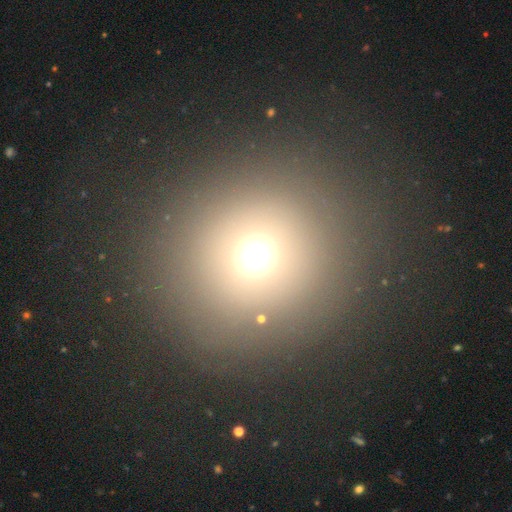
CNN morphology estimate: Smooth or featured: smooth — 67% (star or artifact — 23%)
How rounded: round — 93% (in between — 6%)
Merging: none — 86% (minor disturbance — 7%)